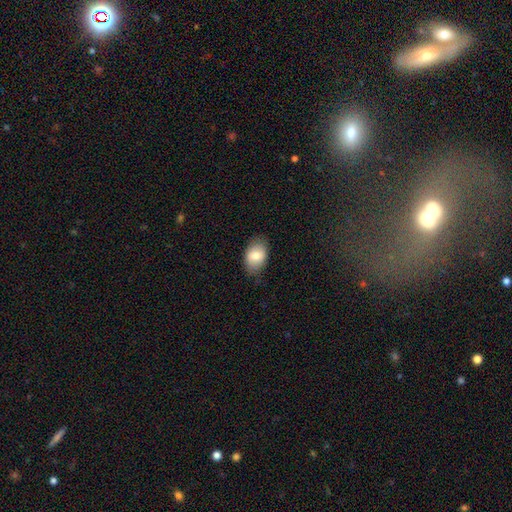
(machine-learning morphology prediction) A smooth galaxy with no disk features (78%) that is in between round and cigar-shaped (85%).

Vote fractions:
- Smooth or featured? smooth: 78% / featured or disk: 15% / star or artifact: 7%
- How rounded? in between: 85% / round: 13% / cigar-shaped: 1%
- Merging? none: 80% / minor disturbance: 16% / major disturbance: 3% / merger: 1%